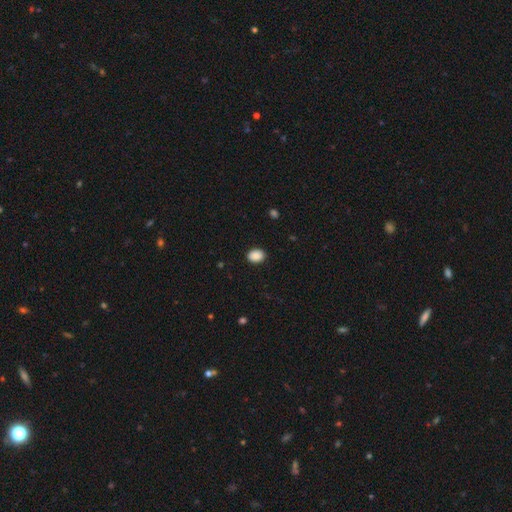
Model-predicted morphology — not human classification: Smooth or featured? Predicted: smooth (p=0.89). How rounded? Predicted: in between (p=0.67). Merging? Predicted: none (p=0.89).